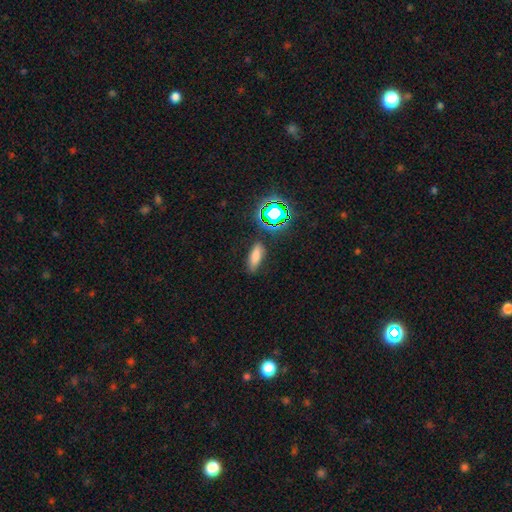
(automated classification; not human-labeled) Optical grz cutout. It shows a smooth galaxy with no disk features (71%) that is in between round and cigar-shaped (64%). Merging: none (82%).